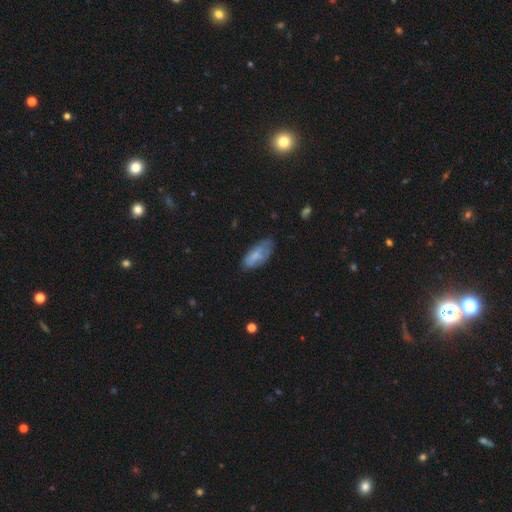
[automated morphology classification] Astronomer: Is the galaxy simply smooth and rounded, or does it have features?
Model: smooth — 69%.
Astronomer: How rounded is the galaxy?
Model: in between — 85%.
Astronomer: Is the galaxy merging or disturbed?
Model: none — 56% (runner-up: minor disturbance, 32%).